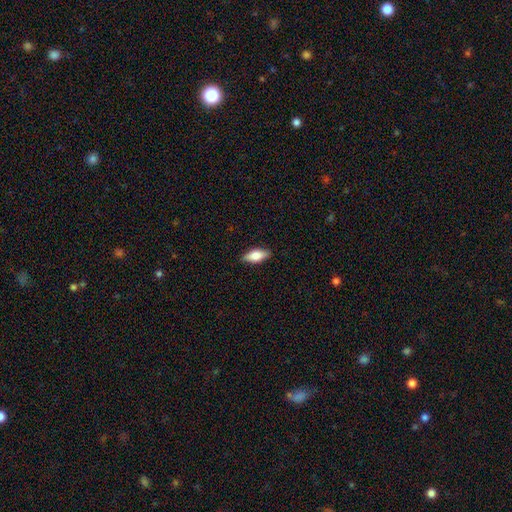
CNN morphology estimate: The model was most divided on "smooth or featured": smooth: 75%, featured or disk: 19%, star or artifact: 6%. More confident: merging — none (88%); how rounded — in between (81%).